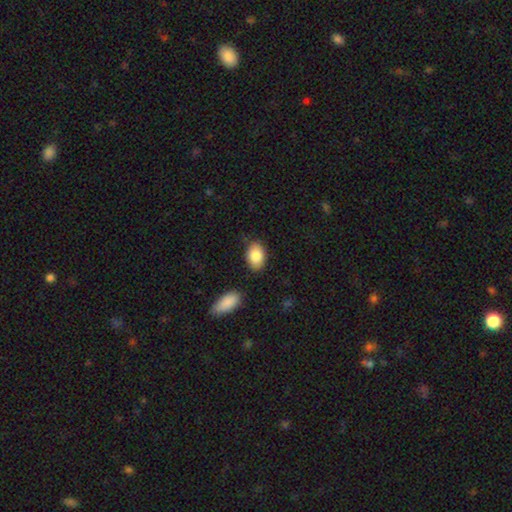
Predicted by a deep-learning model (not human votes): Overall: smooth (86%). How rounded: in between (89%). Merging: none (81%).